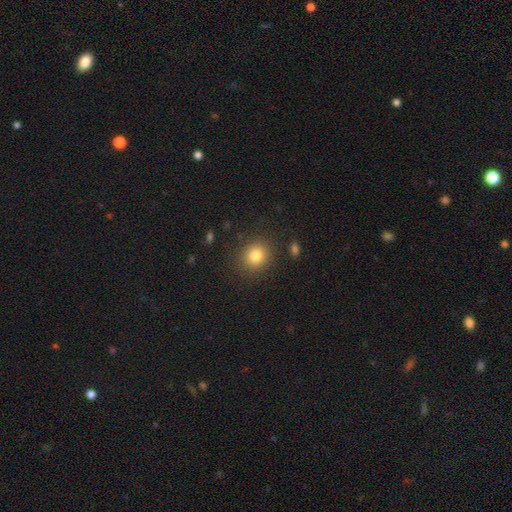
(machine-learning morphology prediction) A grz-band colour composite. It shows a smooth galaxy with no disk features (81%) that is round (84%). Merging: none (88%).